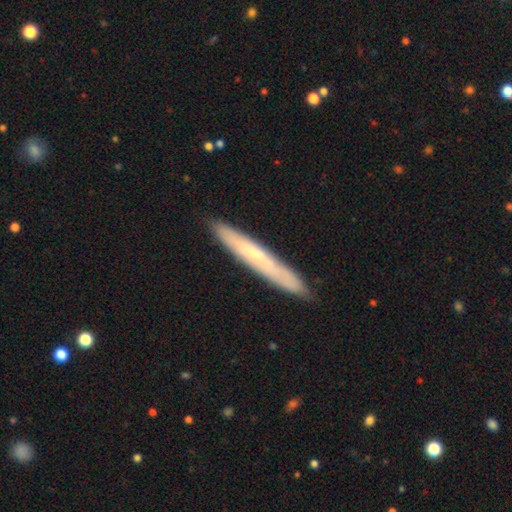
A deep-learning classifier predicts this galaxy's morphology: smooth_or_featured: smooth (p=0.50) [alt: featured or disk p=0.43]
how_rounded: cigar-shaped (p=0.95) [alt: in between p=0.03]
merging: none (p=0.88) [alt: minor disturbance p=0.09]